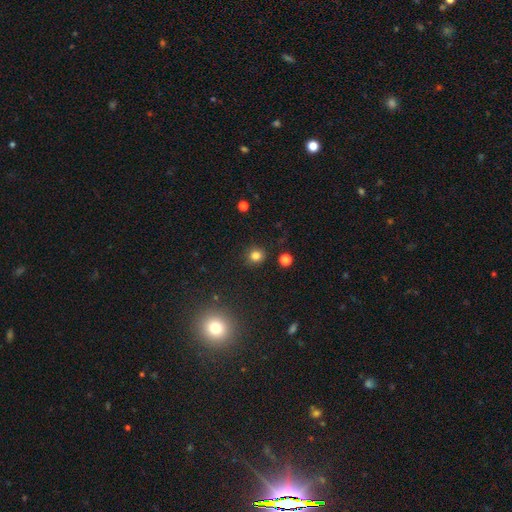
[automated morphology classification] smooth-or-featured: smooth: 81% | star or artifact: 14% | featured or disk: 5%
  how-rounded: round: 89% | in between: 10% | cigar-shaped: 1%
  merging: none: 88% | minor disturbance: 7% | major disturbance: 2% | merger: 2%